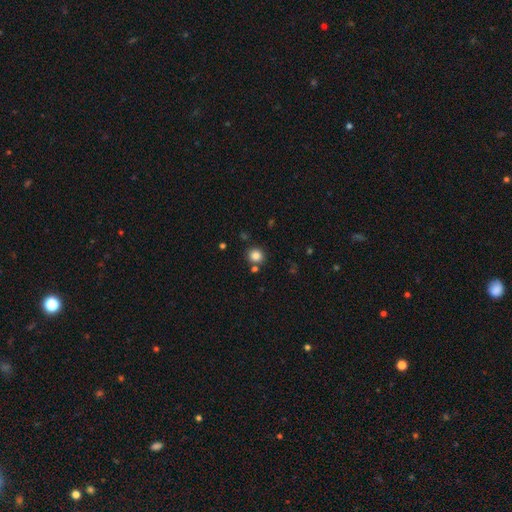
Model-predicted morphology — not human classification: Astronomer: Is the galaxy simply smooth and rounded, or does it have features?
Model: smooth — 83%.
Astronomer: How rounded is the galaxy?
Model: round — 88%.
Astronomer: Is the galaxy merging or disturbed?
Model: none — 81%.